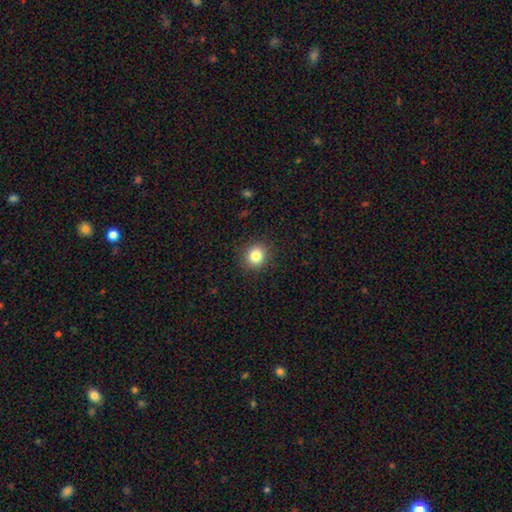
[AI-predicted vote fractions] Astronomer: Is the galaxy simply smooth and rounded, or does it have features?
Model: smooth — 83%.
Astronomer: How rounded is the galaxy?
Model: round — 86%.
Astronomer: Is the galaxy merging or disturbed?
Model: none — 90%.